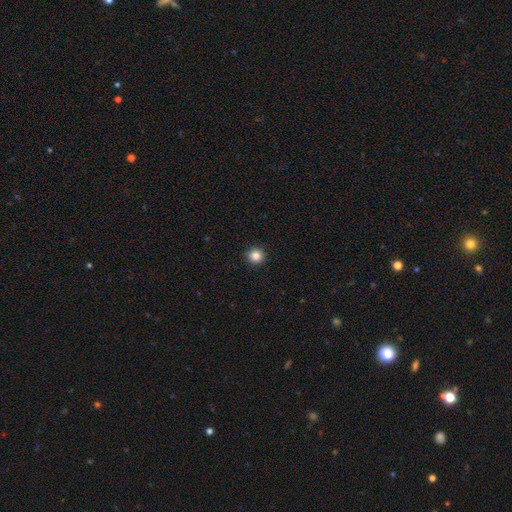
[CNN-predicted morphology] smooth-or-featured: smooth: 85% | star or artifact: 11% | featured or disk: 4%
  how-rounded: round: 94% | in between: 5% | cigar-shaped: 1%
  merging: none: 93% | minor disturbance: 4% | major disturbance: 1% | merger: 1%